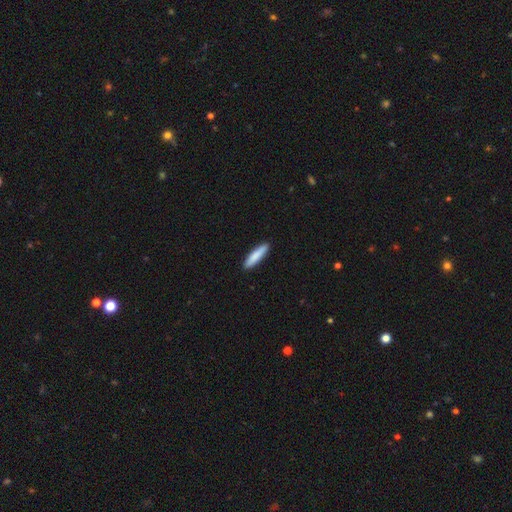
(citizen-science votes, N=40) A smooth galaxy with no disk features (92%) that is cigar-shaped (84%).

Vote fractions:
- Smooth or featured? smooth: 92% / featured or disk: 8% / star or artifact: 0%
- How rounded? cigar-shaped: 84% / in between: 16% / round: 0%
- Merging? none: 98% / minor disturbance: 2% / major disturbance: 0% / merger: 0%